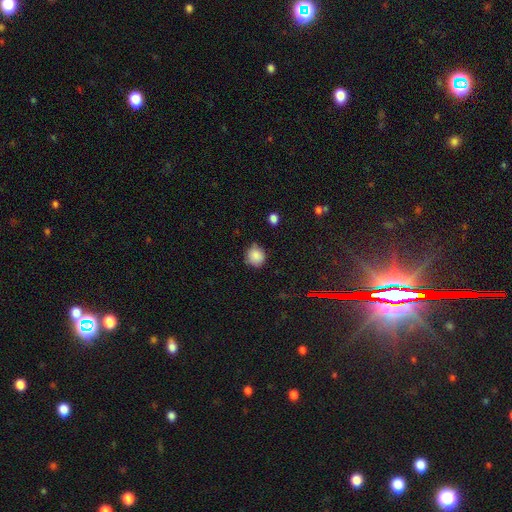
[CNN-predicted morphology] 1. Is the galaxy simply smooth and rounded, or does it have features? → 85% smooth, 10% star or artifact, 4% featured or disk.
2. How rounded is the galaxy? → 88% round, 11% in between, 1% cigar-shaped.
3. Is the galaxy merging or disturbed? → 75% none, 20% minor disturbance, 3% major disturbance, 2% merger.